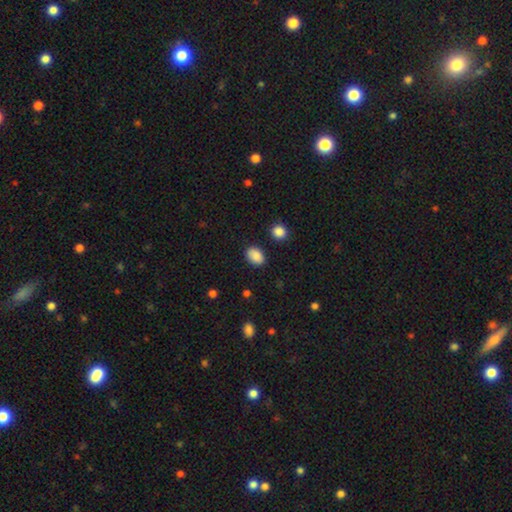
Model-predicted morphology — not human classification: Smooth or featured? smooth (88%)
How rounded? in between (79%)
Merging? none (87%)